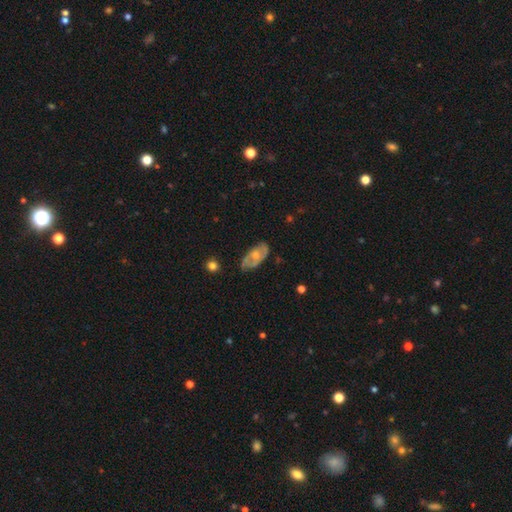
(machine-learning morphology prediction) Smooth or featured?
  - featured or disk: 57% *
  - smooth: 37%
  - star or artifact: 6%
Edge-on disk?
  - no: 91% *
  - yes: 9%
Bar?
  - no: 76% *
  - weak: 21%
  - strong: 4%
Spiral arms?
  - yes: 55% *
  - no: 45%
Bulge size?
  - moderate: 53% *
  - small: 37%
  - none: 5%
  - large: 4%
  - dominant: 1%
Merging?
  - none: 63% *
  - minor disturbance: 27%
  - major disturbance: 9%
  - merger: 2%